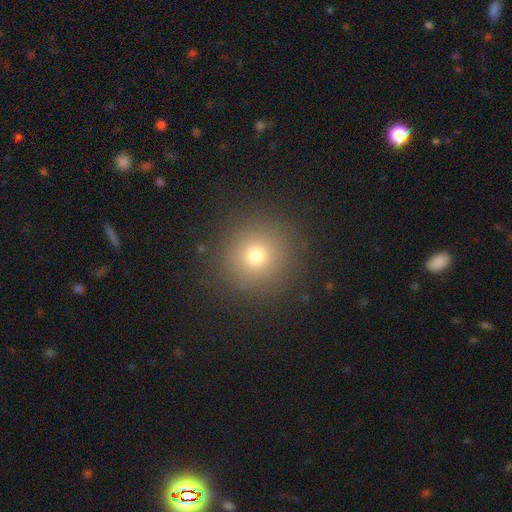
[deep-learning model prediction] Smooth or featured? Predicted: smooth (p=0.72). How rounded? Predicted: round (p=0.94). Merging? Predicted: none (p=0.90).